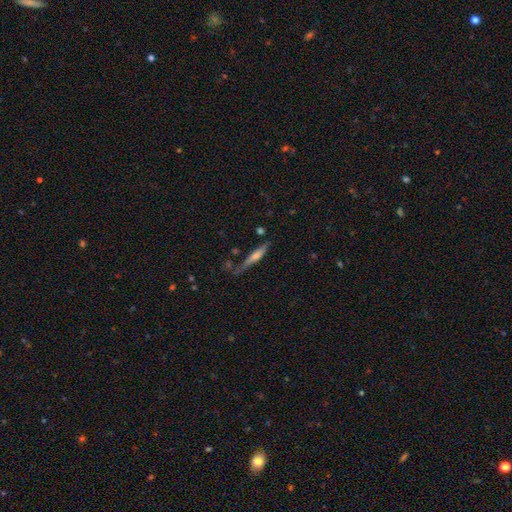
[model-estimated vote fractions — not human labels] Smooth or featured? featured or disk (50%)
Edge-on disk? yes (93%)
Merging? none (65%)